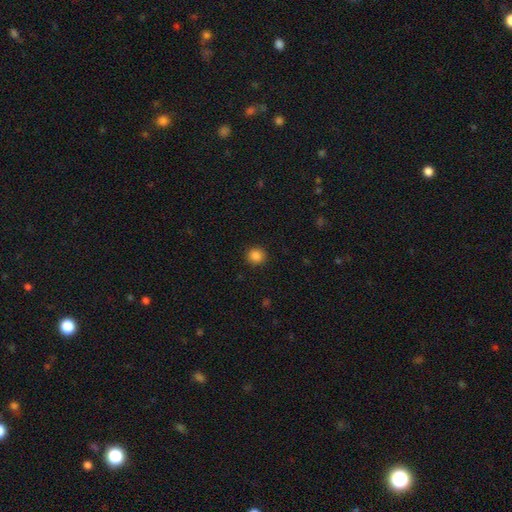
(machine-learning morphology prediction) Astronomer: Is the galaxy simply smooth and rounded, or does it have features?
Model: smooth — 86%.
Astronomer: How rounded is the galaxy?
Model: round — 92%.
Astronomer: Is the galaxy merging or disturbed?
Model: none — 92%.